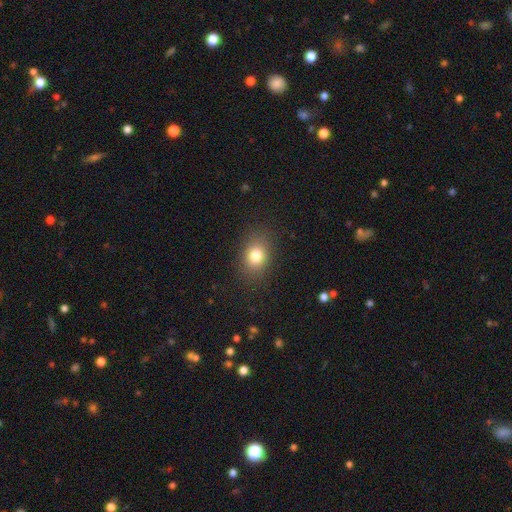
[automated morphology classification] A smooth galaxy with no disk features (80%) that is in between round and cigar-shaped (53%). Merging: none (85%).